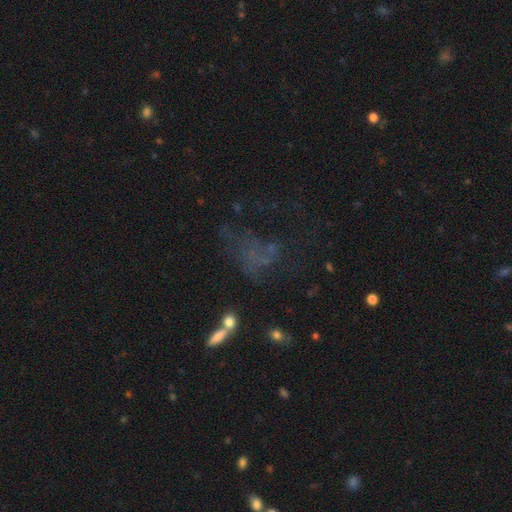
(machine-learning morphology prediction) This appears to be a featured or disk galaxy (35%). Merging: major disturbance (38%).